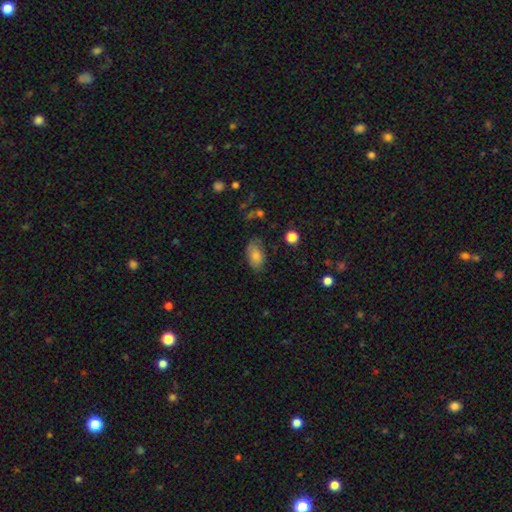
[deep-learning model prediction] smooth_or_featured: smooth (p=0.78) [alt: featured or disk p=0.12]
how_rounded: in between (p=0.91) [alt: round p=0.07]
merging: none (p=0.73) [alt: minor disturbance p=0.20]